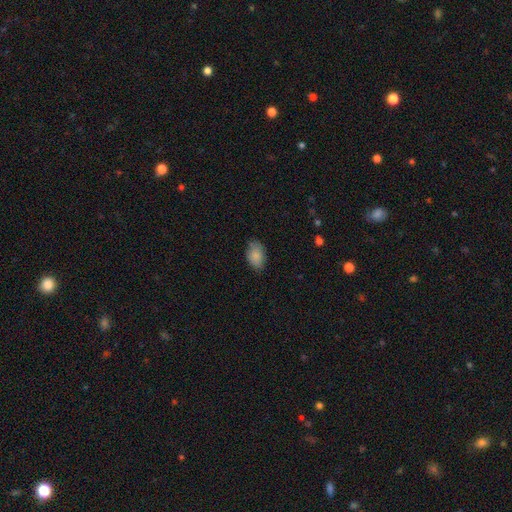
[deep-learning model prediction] Smooth or featured? smooth (87%)
How rounded? in between (90%)
Merging? none (79%)